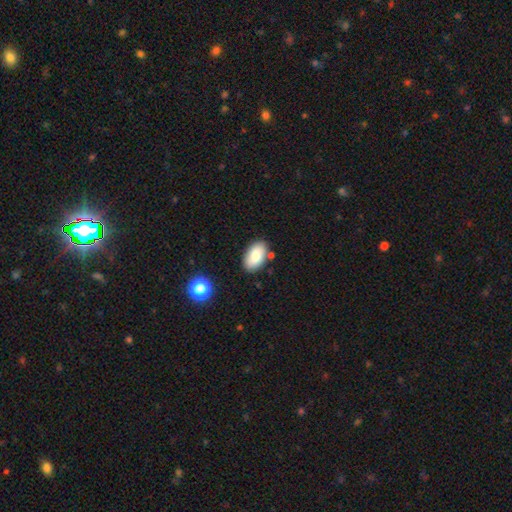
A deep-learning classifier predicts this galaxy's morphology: This is clearly a smooth galaxy (82%). How rounded: clearly in between (93%). Merging: clearly none (81%).